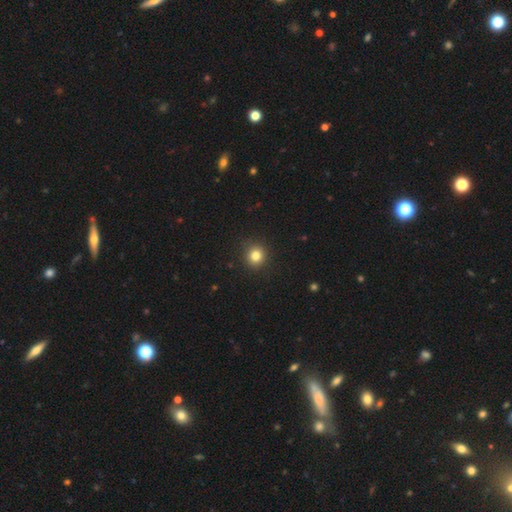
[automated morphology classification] smooth-or-featured: smooth: 82% | star or artifact: 12% | featured or disk: 6%
  how-rounded: round: 91% | in between: 8% | cigar-shaped: 1%
  merging: none: 91% | minor disturbance: 6% | major disturbance: 2% | merger: 1%